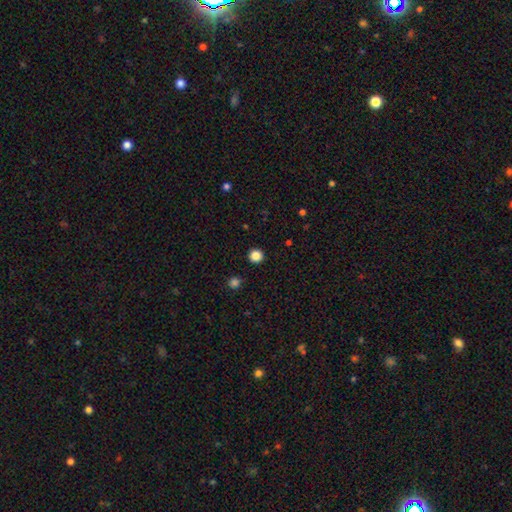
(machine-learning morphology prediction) This is clearly a smooth galaxy (85%). How rounded: clearly round (95%). Merging: clearly none (93%).